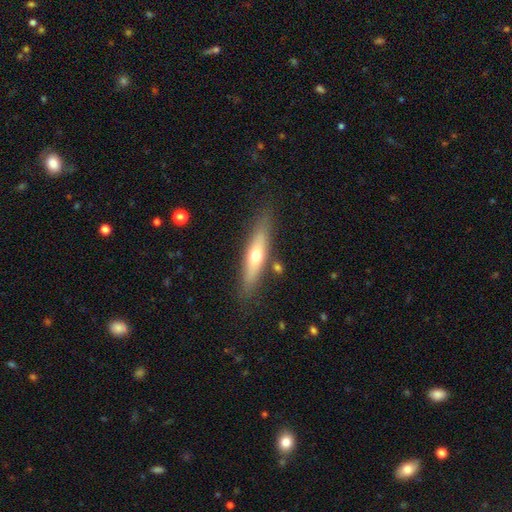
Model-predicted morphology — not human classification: smooth-or-featured: smooth: 51% | featured or disk: 43% | star or artifact: 7%
  how-rounded: cigar-shaped: 73% | in between: 25% | round: 2%
  merging: none: 80% | minor disturbance: 12% | merger: 5% | major disturbance: 3%